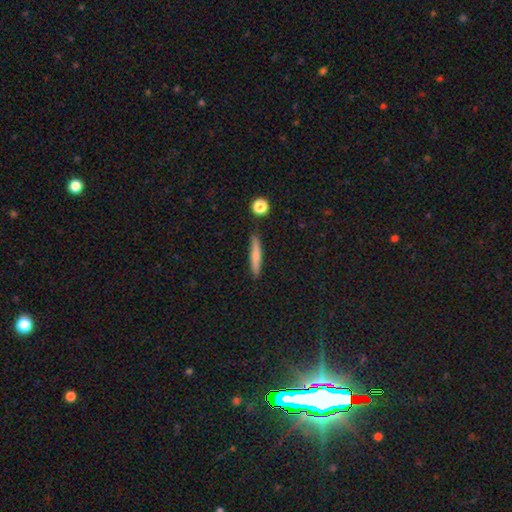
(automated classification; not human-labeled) smooth_or_featured: smooth (p=0.71) [alt: featured or disk p=0.22]
how_rounded: cigar-shaped (p=0.90) [alt: in between p=0.08]
merging: none (p=0.84) [alt: minor disturbance p=0.11]